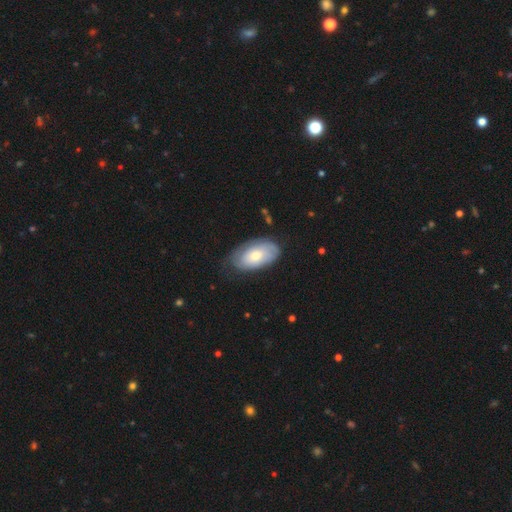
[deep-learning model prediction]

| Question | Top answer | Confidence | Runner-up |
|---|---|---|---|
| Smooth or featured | smooth | 55% | featured or disk (39%) |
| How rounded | in between | 93% | round (5%) |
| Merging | none | 67% | minor disturbance (24%) |